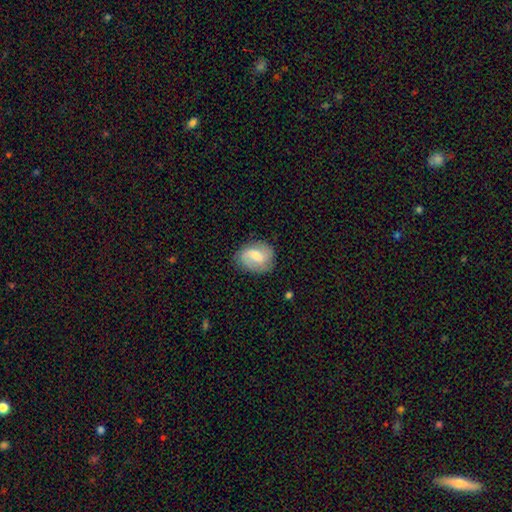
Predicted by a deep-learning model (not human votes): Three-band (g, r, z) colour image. It shows a smooth galaxy with no disk features (48%). Merging: none (76%).